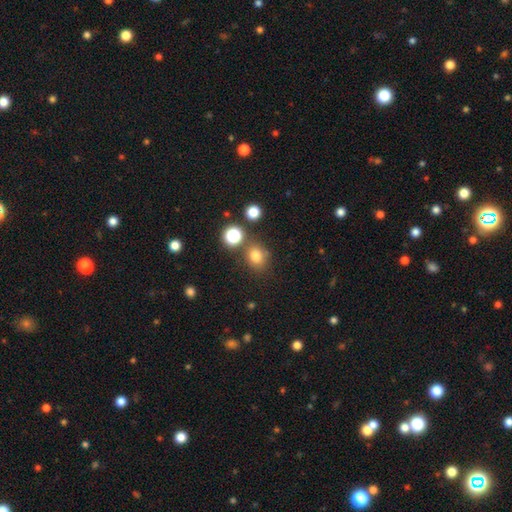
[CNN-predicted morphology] The model was most divided on "how rounded": round: 68%, in between: 31%, cigar-shaped: 1%. More confident: smooth or featured — smooth (76%); merging — none (74%).